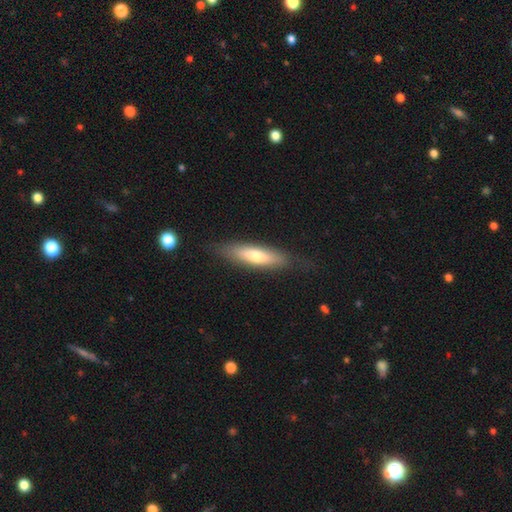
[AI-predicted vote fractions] Smooth or featured? smooth (61%)
How rounded? cigar-shaped (69%)
Merging? none (81%)